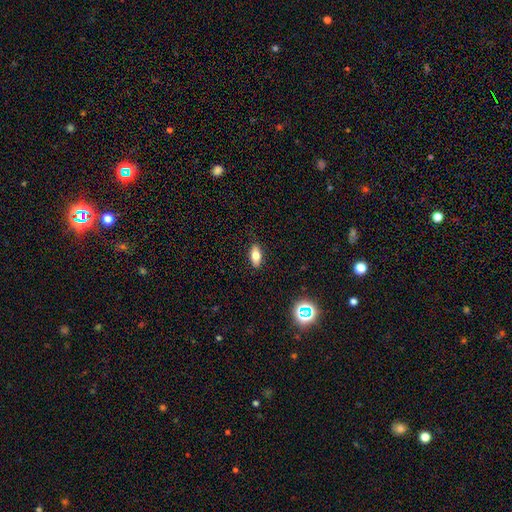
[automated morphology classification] Smooth or featured?
  - smooth: 73% *
  - featured or disk: 17%
  - star or artifact: 10%
How rounded?
  - in between: 83% *
  - cigar-shaped: 13%
  - round: 4%
Merging?
  - none: 89% *
  - minor disturbance: 8%
  - major disturbance: 2%
  - merger: 1%